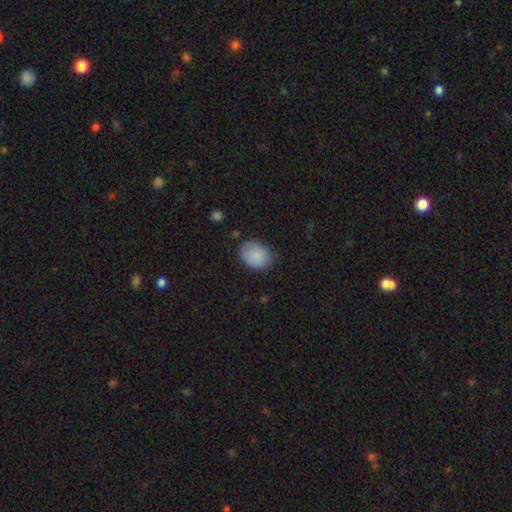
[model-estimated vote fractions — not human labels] Smooth or featured? smooth (86%)
How rounded? in between (63%)
Merging? none (74%)